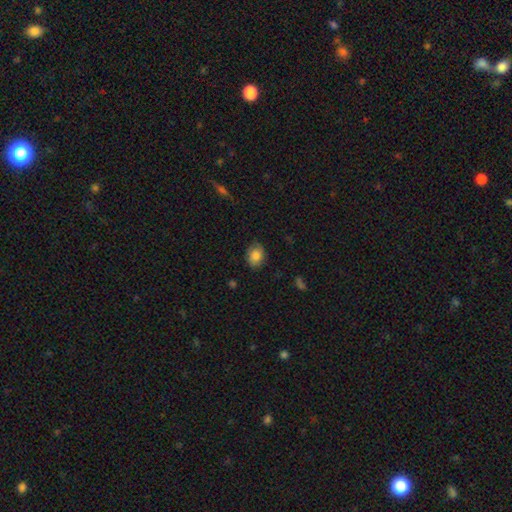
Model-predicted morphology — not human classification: A smooth galaxy with no disk features (82%) that is in between round and cigar-shaped (61%).

Vote fractions:
- Smooth or featured? smooth: 82% / featured or disk: 10% / star or artifact: 8%
- How rounded? in between: 61% / round: 38% / cigar-shaped: 1%
- Merging? none: 82% / minor disturbance: 14% / major disturbance: 3% / merger: 1%